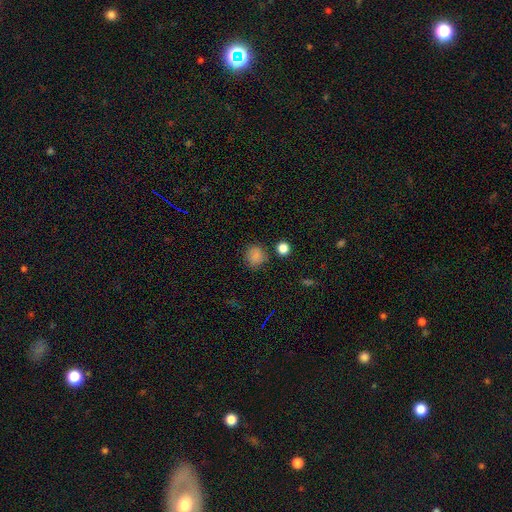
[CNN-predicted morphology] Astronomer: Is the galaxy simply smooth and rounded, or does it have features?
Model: smooth — 82%.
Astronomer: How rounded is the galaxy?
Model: round — 81%.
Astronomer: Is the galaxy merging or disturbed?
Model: none — 77%.